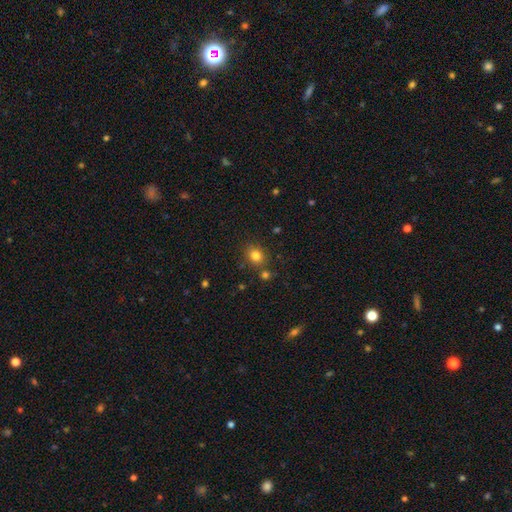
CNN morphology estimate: Overall: smooth (80%). How rounded: round (61%; in between 38%). Merging: none (76%).